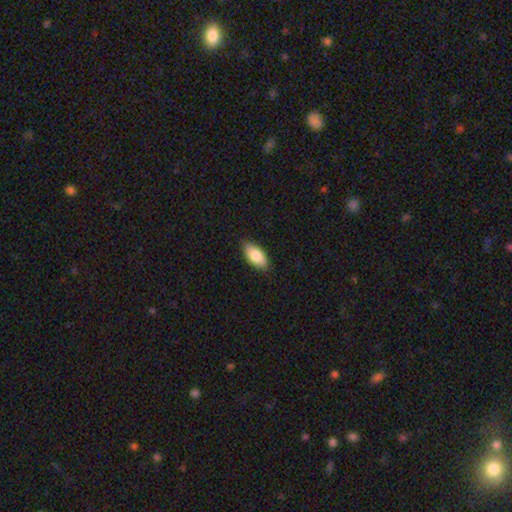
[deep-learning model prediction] Smooth or featured?
  - smooth: 83% *
  - featured or disk: 11%
  - star or artifact: 6%
How rounded?
  - in between: 93% *
  - cigar-shaped: 5%
  - round: 3%
Merging?
  - none: 84% *
  - minor disturbance: 13%
  - major disturbance: 2%
  - merger: 1%